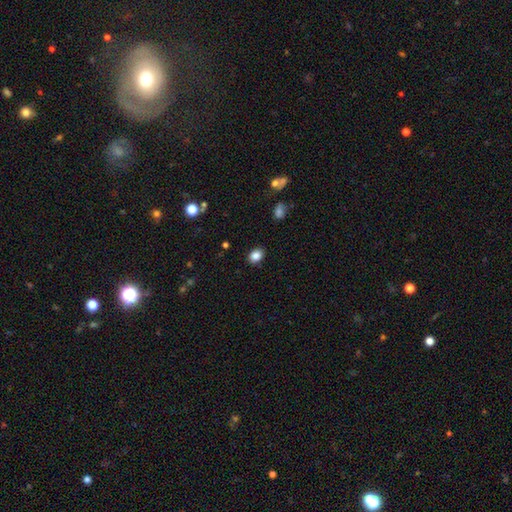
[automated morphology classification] This appears to be a smooth galaxy with no disk features (85%) that is in between round and cigar-shaped (61%). Merging: none (88%).